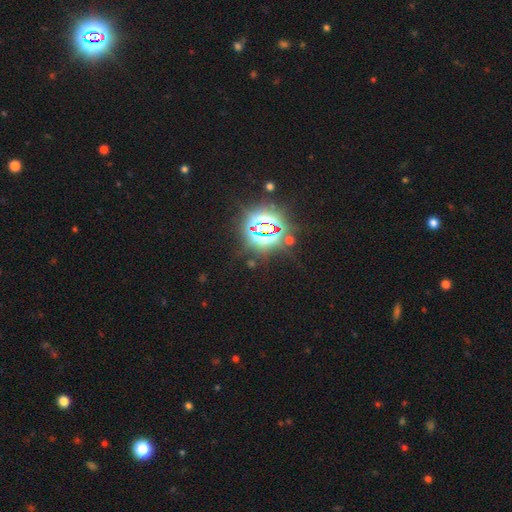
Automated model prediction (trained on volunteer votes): Smooth or featured: star or artifact — 86% (smooth — 9%)